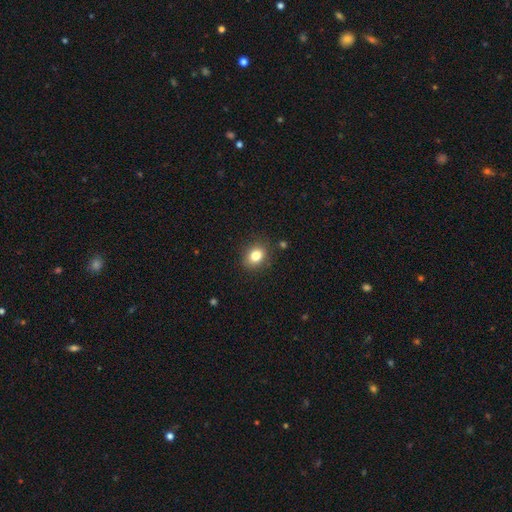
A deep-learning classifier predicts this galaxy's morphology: Q: Smooth or featured?
A: smooth (82%); runner-up: star or artifact (11%)
Q: How rounded?
A: in between (54%); runner-up: round (45%)
Q: Merging?
A: none (86%); runner-up: minor disturbance (10%)